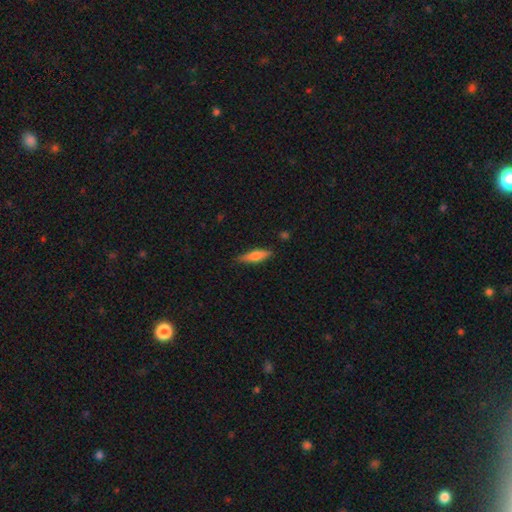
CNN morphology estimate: This appears to be a smooth galaxy with no disk features (65%) that is cigar-shaped (64%). Merging: none (83%).